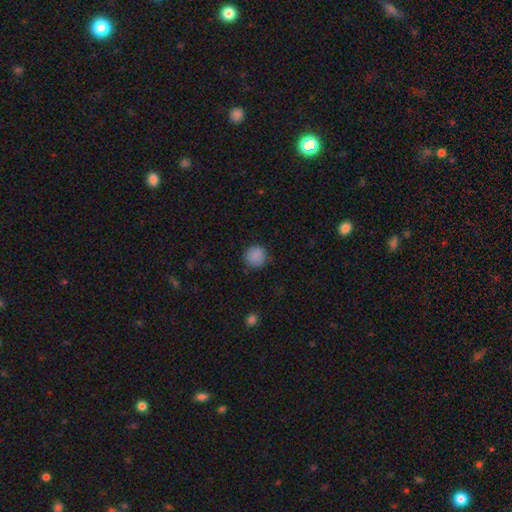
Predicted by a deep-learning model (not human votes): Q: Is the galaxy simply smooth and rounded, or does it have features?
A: smooth — 88%.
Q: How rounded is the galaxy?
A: round — 92%.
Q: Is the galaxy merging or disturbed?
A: none — 86%.